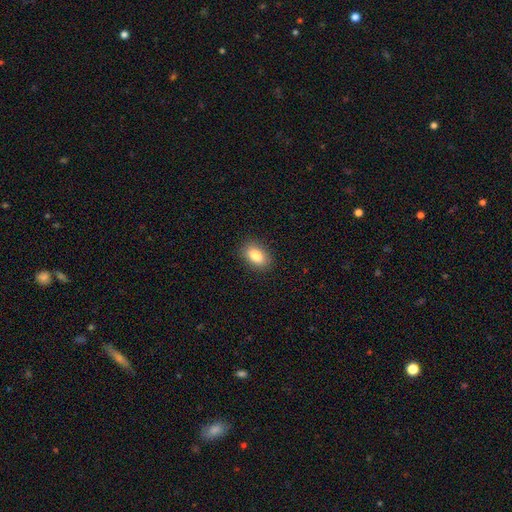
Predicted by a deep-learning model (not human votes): Smooth or featured: smooth — 83% (featured or disk — 9%)
How rounded: in between — 86% (round — 12%)
Merging: none — 88% (minor disturbance — 8%)